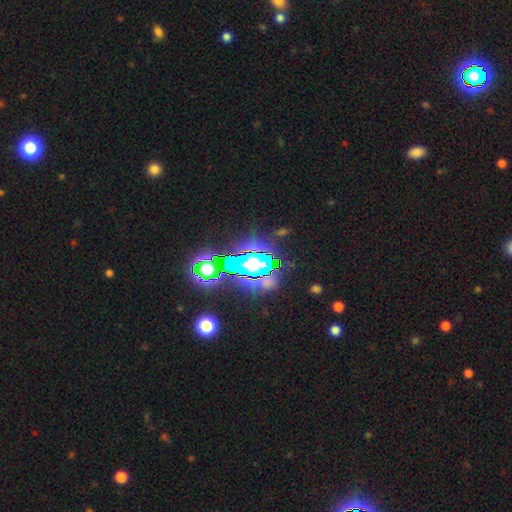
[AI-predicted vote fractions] smooth-or-featured: star or artifact: 78% | featured or disk: 11% | smooth: 11%